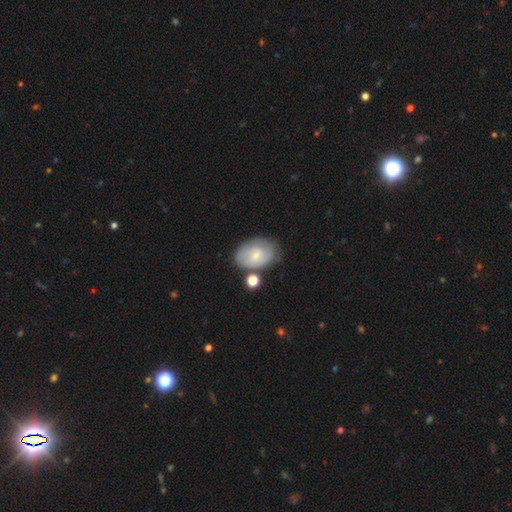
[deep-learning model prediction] The model was most divided on "smooth or featured": featured or disk: 48%, smooth: 45%, star or artifact: 7%. More confident: merging — none (65%).